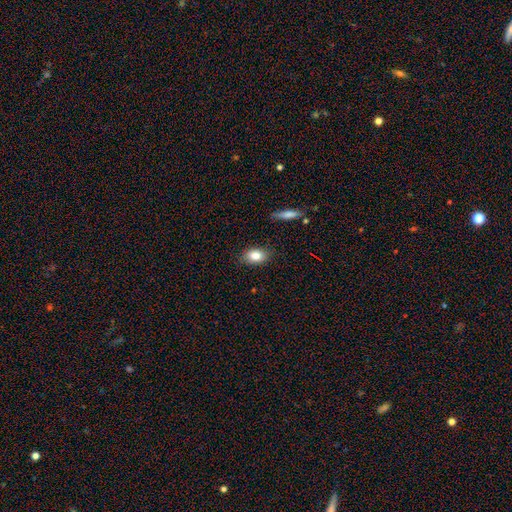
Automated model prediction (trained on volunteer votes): The model was most divided on "how rounded": in between: 82%, round: 15%, cigar-shaped: 2%. More confident: merging — none (84%); smooth or featured — smooth (83%).